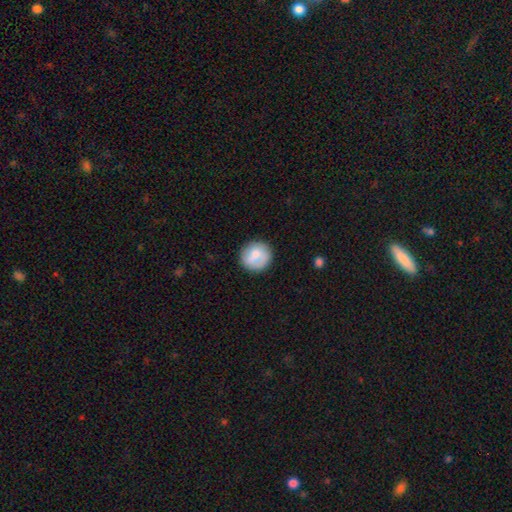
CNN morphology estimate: A smooth galaxy with no disk features (77%) that is round (92%).

Vote fractions:
- Smooth or featured? smooth: 77% / featured or disk: 16% / star or artifact: 7%
- How rounded? round: 92% / in between: 7% / cigar-shaped: 1%
- Merging? none: 83% / minor disturbance: 12% / major disturbance: 3% / merger: 2%